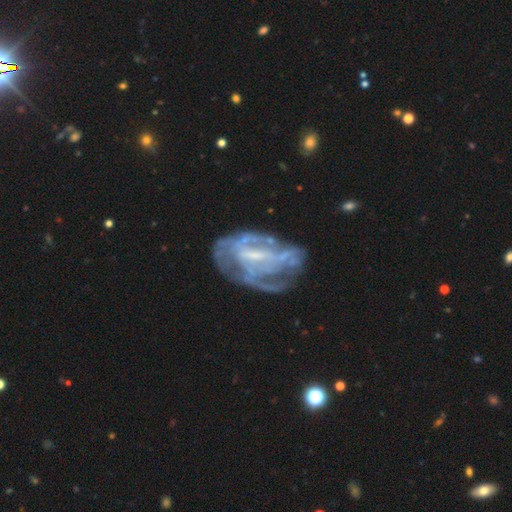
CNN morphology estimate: smooth_or_featured: featured or disk (p=0.77) [alt: smooth p=0.14]
disk_edge_on: no (p=0.96) [alt: yes p=0.04]
bar: weak (p=0.44) [alt: no p=0.29]
has_spiral_arms: yes (p=0.62) [alt: no p=0.38]
bulge_size: small (p=0.39) [alt: none p=0.31]
merging: none (p=0.46) [alt: major disturbance p=0.26]